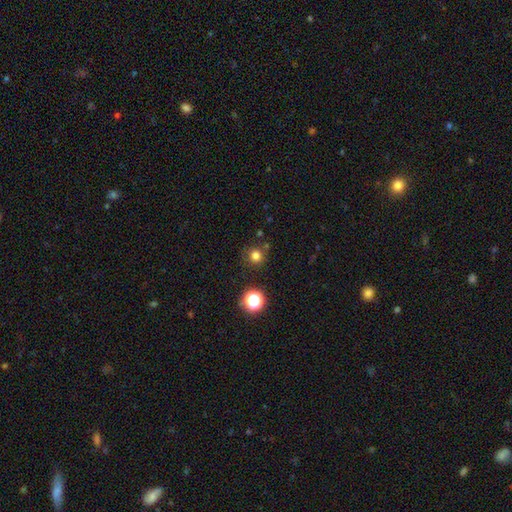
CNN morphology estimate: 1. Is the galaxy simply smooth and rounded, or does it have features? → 77% smooth, 17% star or artifact, 5% featured or disk.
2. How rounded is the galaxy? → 93% round, 6% in between, 1% cigar-shaped.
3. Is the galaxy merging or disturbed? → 83% none, 9% minor disturbance, 4% merger, 3% major disturbance.